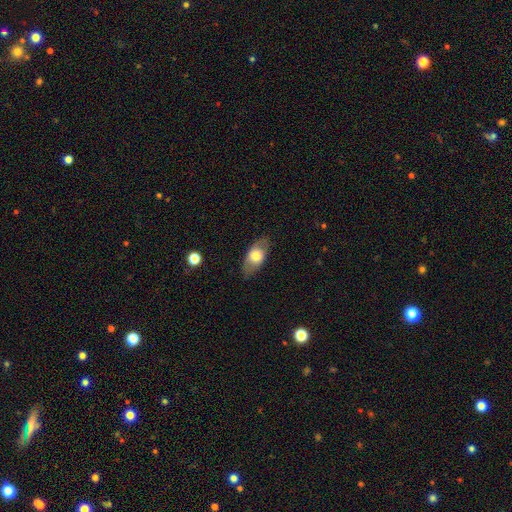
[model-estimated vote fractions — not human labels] Smooth or featured: smooth — 62% (featured or disk — 31%)
How rounded: in between — 87% (round — 7%)
Merging: none — 80% (minor disturbance — 15%)